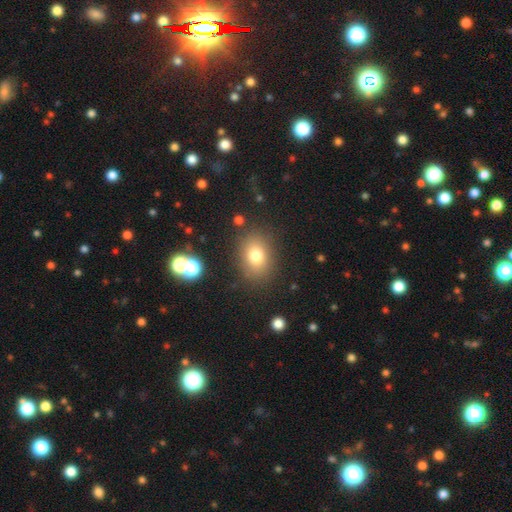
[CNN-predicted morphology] A smooth galaxy with no disk features (78%) that is in between round and cigar-shaped (66%).

Vote fractions:
- Smooth or featured? smooth: 78% / star or artifact: 12% / featured or disk: 10%
- How rounded? in between: 66% / round: 33% / cigar-shaped: 1%
- Merging? none: 83% / minor disturbance: 10% / major disturbance: 4% / merger: 2%